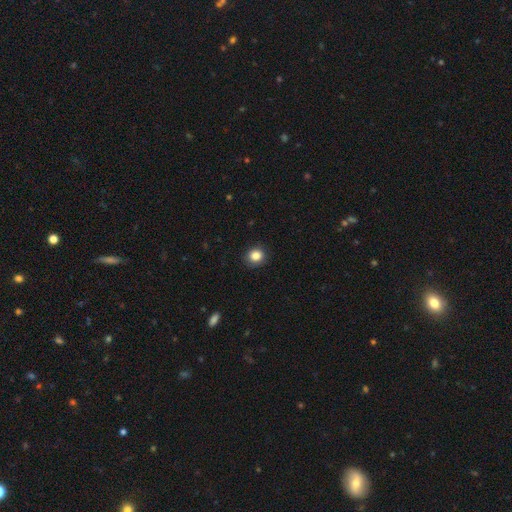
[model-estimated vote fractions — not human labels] Smooth or featured: smooth — 85% (star or artifact — 10%)
How rounded: round — 84% (in between — 15%)
Merging: none — 88% (minor disturbance — 8%)